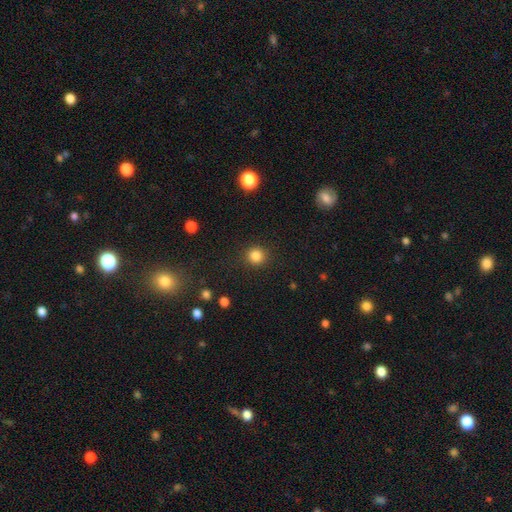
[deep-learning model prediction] A smooth galaxy with no disk features (85%) that is round (92%).

Vote fractions:
- Smooth or featured? smooth: 85% / star or artifact: 11% / featured or disk: 4%
- How rounded? round: 92% / in between: 7% / cigar-shaped: 1%
- Merging? none: 90% / minor disturbance: 6% / major disturbance: 3% / merger: 1%